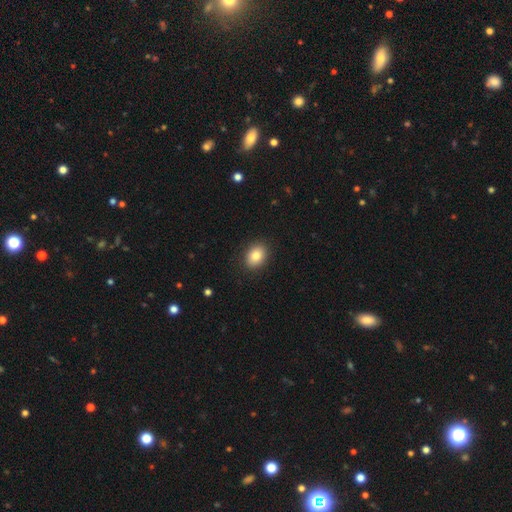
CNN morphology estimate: smooth-or-featured: smooth: 84% | star or artifact: 9% | featured or disk: 7%
  how-rounded: in between: 66% | round: 33% | cigar-shaped: 1%
  merging: none: 89% | minor disturbance: 8% | major disturbance: 2% | merger: 1%